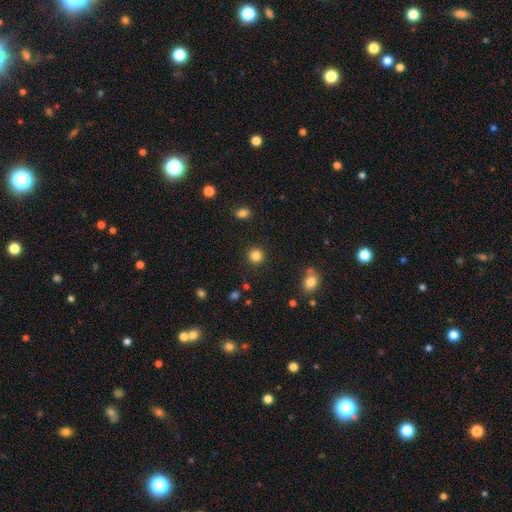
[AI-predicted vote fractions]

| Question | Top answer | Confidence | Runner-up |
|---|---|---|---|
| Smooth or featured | smooth | 85% | star or artifact (11%) |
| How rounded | round | 93% | in between (6%) |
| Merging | none | 91% | minor disturbance (5%) |